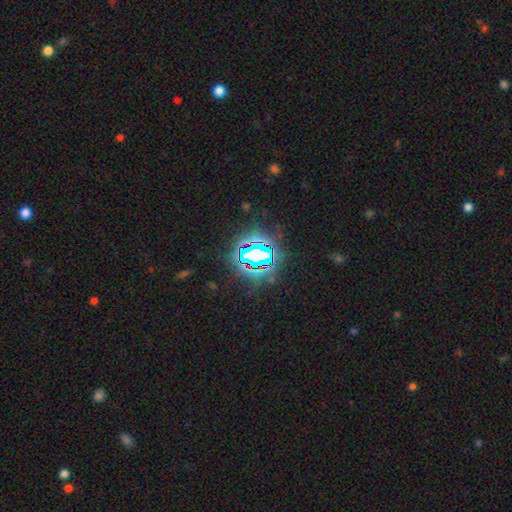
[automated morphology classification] Smooth or featured? Predicted: star or artifact (p=0.74).